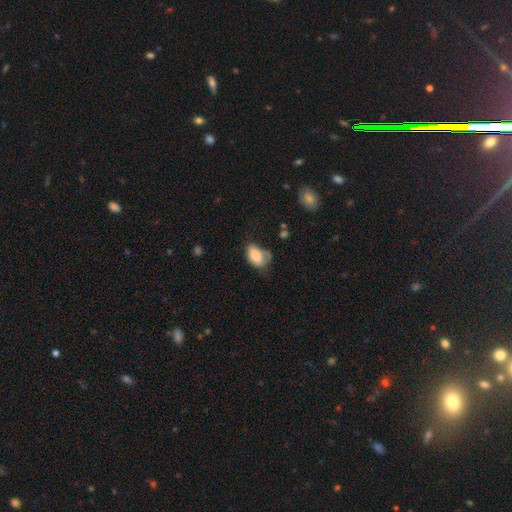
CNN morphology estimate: Q: Smooth or featured?
A: smooth (78%); runner-up: featured or disk (14%)
Q: How rounded?
A: in between (90%); runner-up: round (8%)
Q: Merging?
A: none (37%); runner-up: minor disturbance (34%)